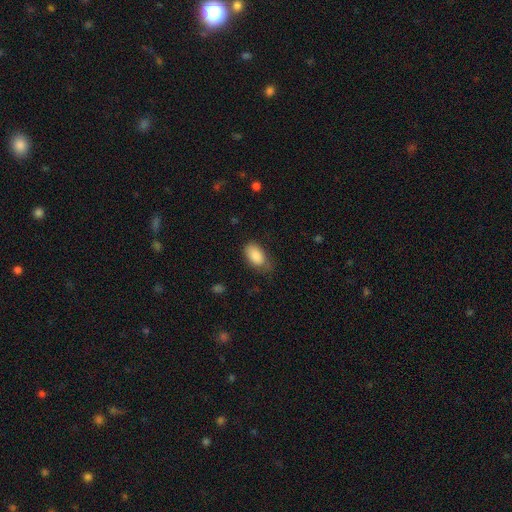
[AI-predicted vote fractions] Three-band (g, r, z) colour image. It shows a smooth galaxy with no disk features (87%) that is in between round and cigar-shaped (93%). Merging: none (64%).